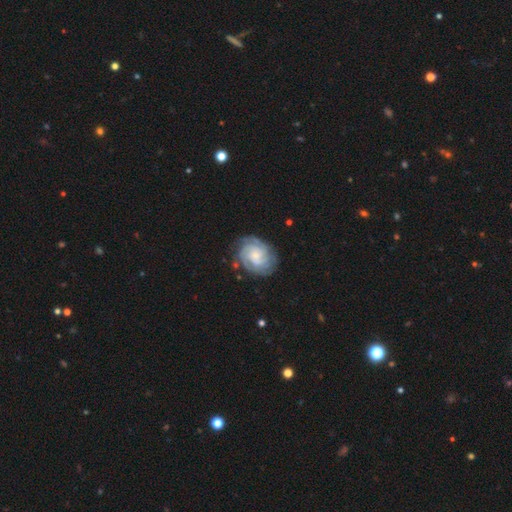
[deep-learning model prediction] smooth-or-featured: featured or disk: 82% | smooth: 12% | star or artifact: 6%
  disk-edge-on: no: 98% | yes: 2%
    bar: no: 70% | weak: 25% | strong: 4%
    has-spiral-arms: yes: 96% | no: 4%
      spiral-winding: tight: 73% | medium: 23% | loose: 5%
      spiral-arm-count: can't tell: 29% | 3: 22% | 4: 22% | 2: 14% | more than 4: 7% | 1: 6%
    bulge-size: small: 63% | moderate: 26% | none: 7% | large: 3% | dominant: 1%
  merging: none: 76% | minor disturbance: 16% | major disturbance: 6% | merger: 2%